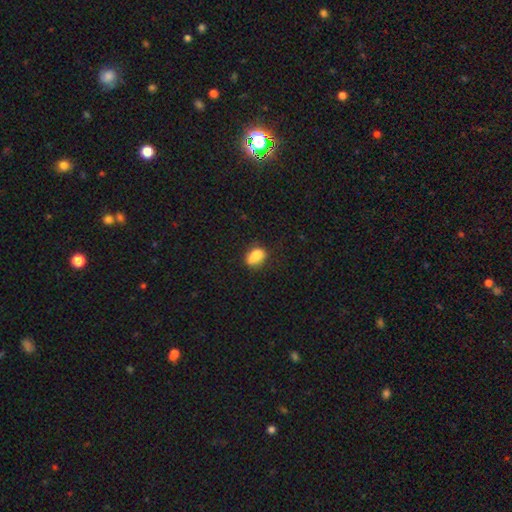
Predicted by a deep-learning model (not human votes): Smooth or featured? smooth (80%)
How rounded? in between (78%)
Merging? none (50%)